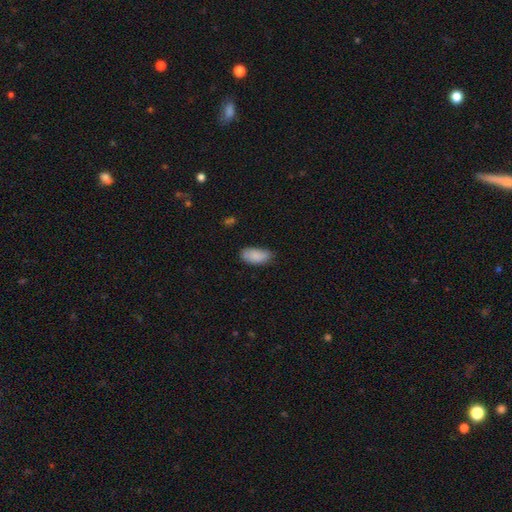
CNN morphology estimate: A smooth galaxy with no disk features (85%) that is in between round and cigar-shaped (92%).

Vote fractions:
- Smooth or featured? smooth: 85% / featured or disk: 9% / star or artifact: 7%
- How rounded? in between: 92% / cigar-shaped: 5% / round: 3%
- Merging? none: 64% / minor disturbance: 29% / major disturbance: 5% / merger: 2%